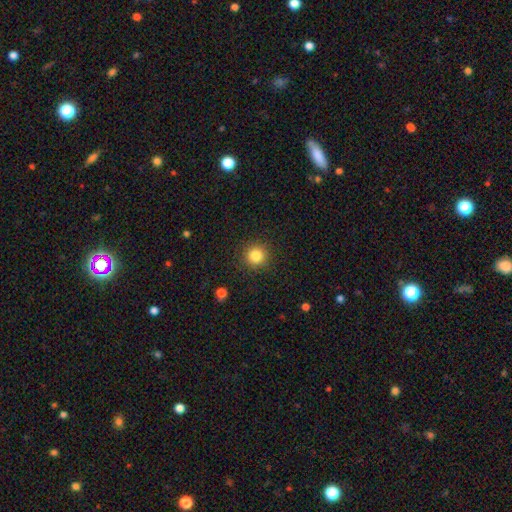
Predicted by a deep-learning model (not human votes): Overall: smooth (84%). How rounded: round (94%). Merging: none (90%).